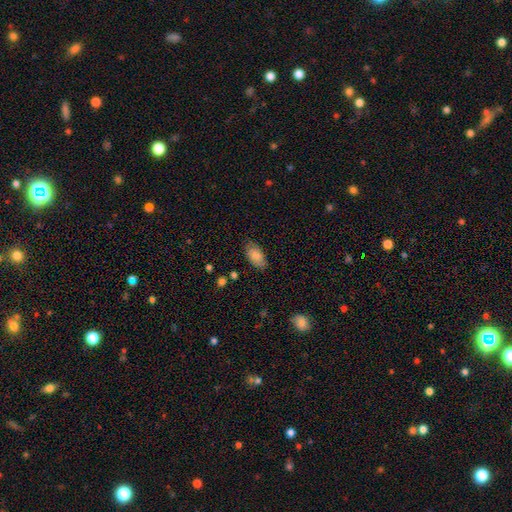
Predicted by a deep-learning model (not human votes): smooth 81%, featured or disk 12%, star or artifact 7%. Down the decision tree: how rounded — in between (94%); merging — none (80%).